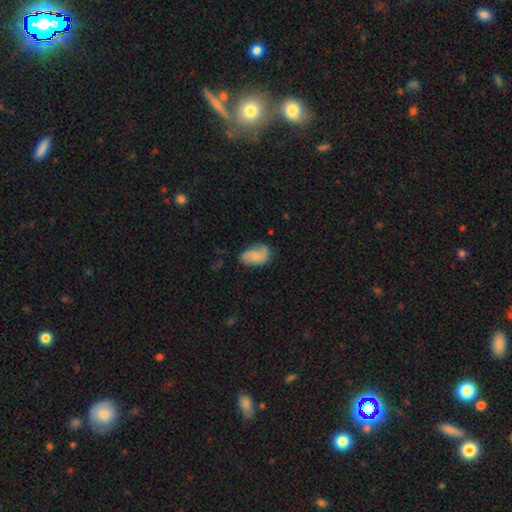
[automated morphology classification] A smooth galaxy with no disk features (66%) that is in between round and cigar-shaped (89%). Merging: none (55%).